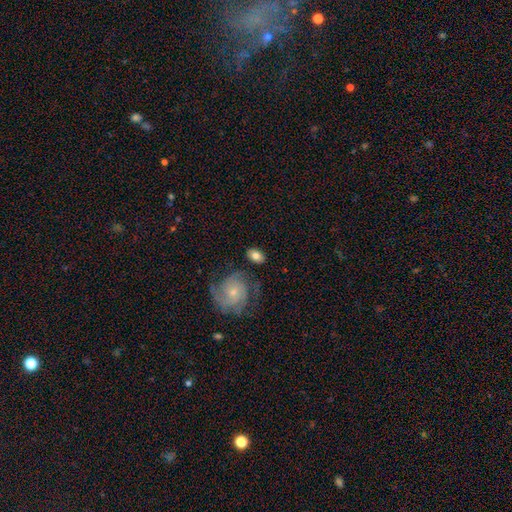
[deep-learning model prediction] Morphology: type=smooth (70%); roundness=in between (83%); merging=none (76%).